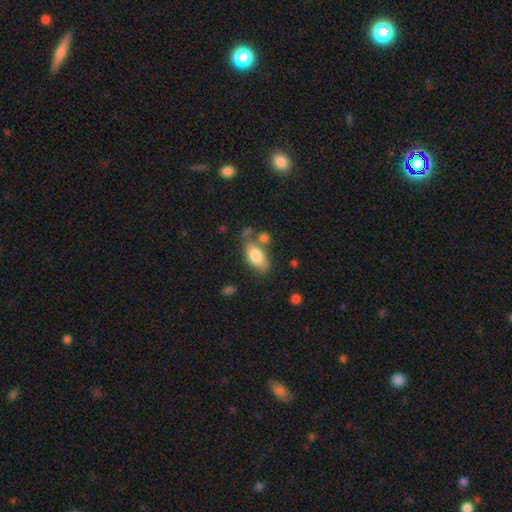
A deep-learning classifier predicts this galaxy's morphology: smooth-or-featured: smooth: 79% | featured or disk: 14% | star or artifact: 7%
  how-rounded: in between: 89% | cigar-shaped: 7% | round: 4%
  merging: none: 59% | minor disturbance: 19% | merger: 15% | major disturbance: 7%